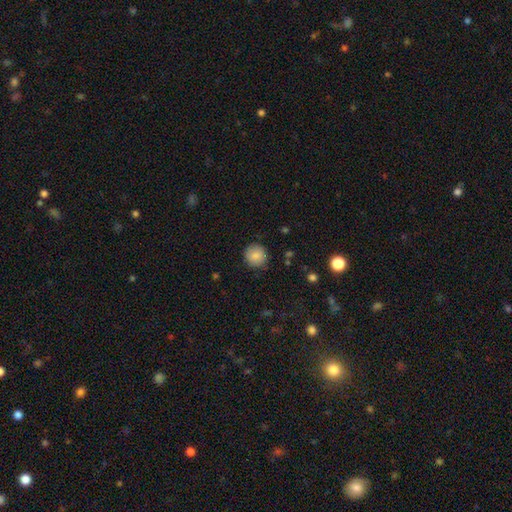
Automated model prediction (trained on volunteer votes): smooth_or_featured: smooth (p=0.86) [alt: star or artifact p=0.08]
how_rounded: round (p=0.93) [alt: in between p=0.06]
merging: none (p=0.88) [alt: minor disturbance p=0.09]